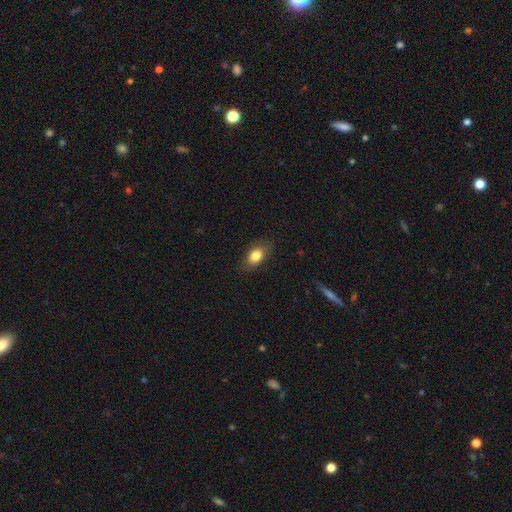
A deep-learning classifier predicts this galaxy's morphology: This appears to be a smooth galaxy with no disk features (81%) that is in between round and cigar-shaped (83%). Merging: none (81%).